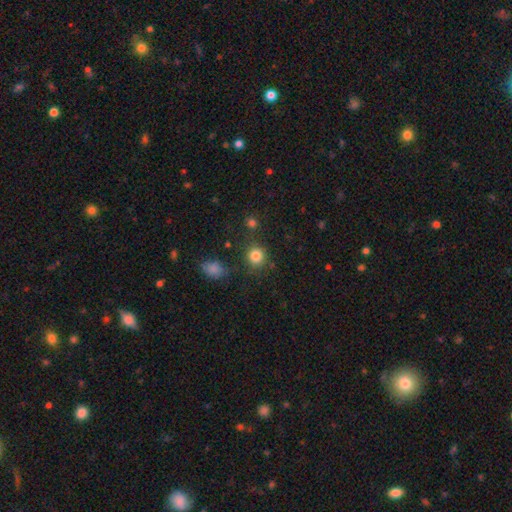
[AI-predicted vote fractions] Smooth or featured? smooth (83%)
How rounded? round (87%)
Merging? none (80%)